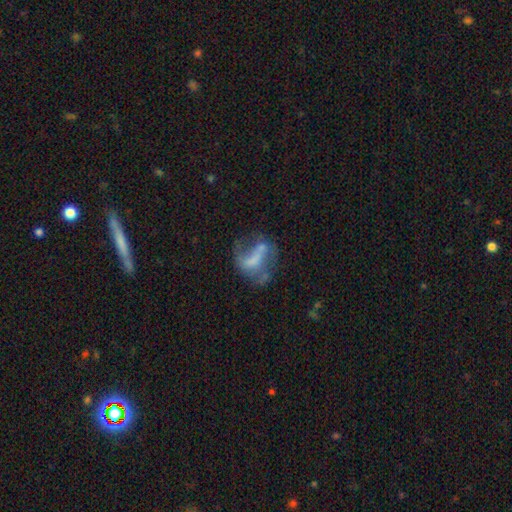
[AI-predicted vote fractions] This appears to be a featured or disk galaxy (57%) with no bar (47%), no spiral arms (55%) and no central bulge (52%). Merging: major disturbance (35%).